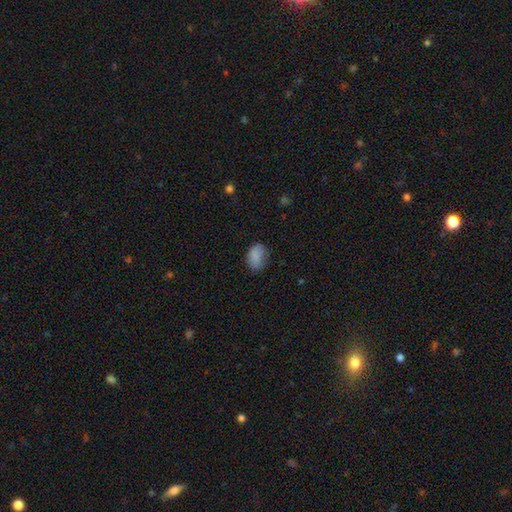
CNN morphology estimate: This appears to be a smooth galaxy with no disk features (85%) that is in between round and cigar-shaped (76%). Merging: none (69%).